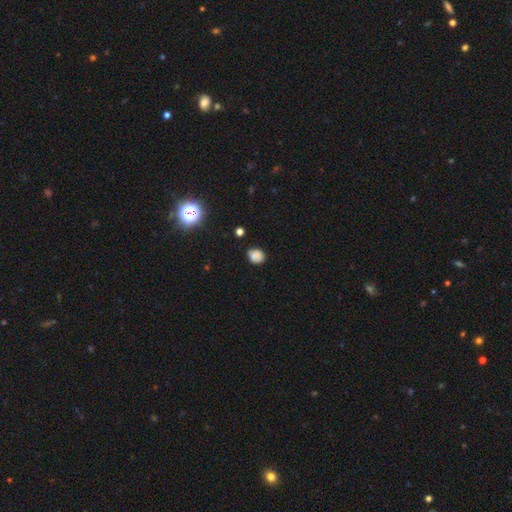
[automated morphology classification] This appears to be a smooth galaxy with no disk features (80%) that is round (67%). Merging: none (74%).